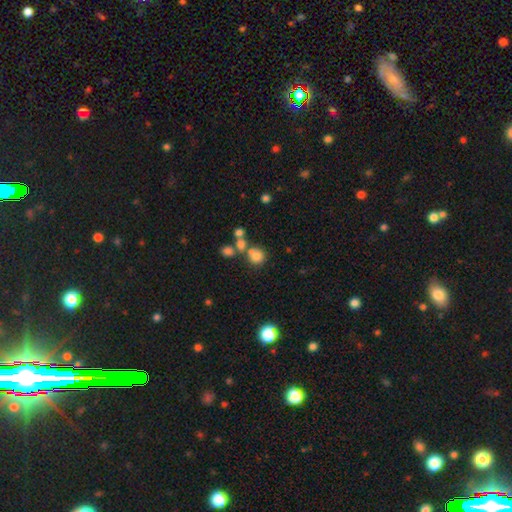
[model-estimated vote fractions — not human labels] smooth-or-featured: smooth: 74% | star or artifact: 16% | featured or disk: 11%
  how-rounded: round: 87% | in between: 11% | cigar-shaped: 1%
  merging: none: 57% | merger: 29% | minor disturbance: 9% | major disturbance: 5%